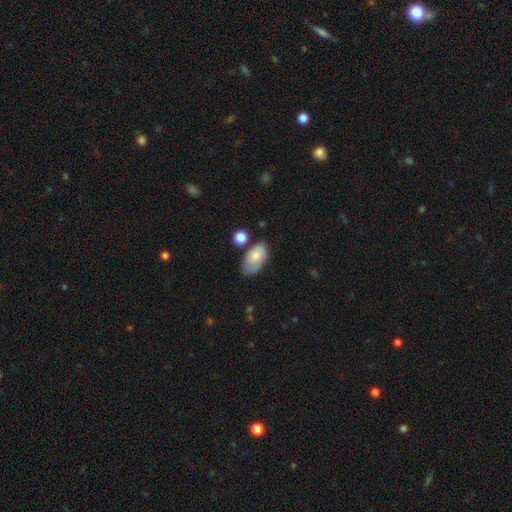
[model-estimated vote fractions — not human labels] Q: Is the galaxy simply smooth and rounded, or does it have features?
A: smooth — 77%.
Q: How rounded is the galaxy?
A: in between — 94%.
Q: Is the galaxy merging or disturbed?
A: none — 54%.